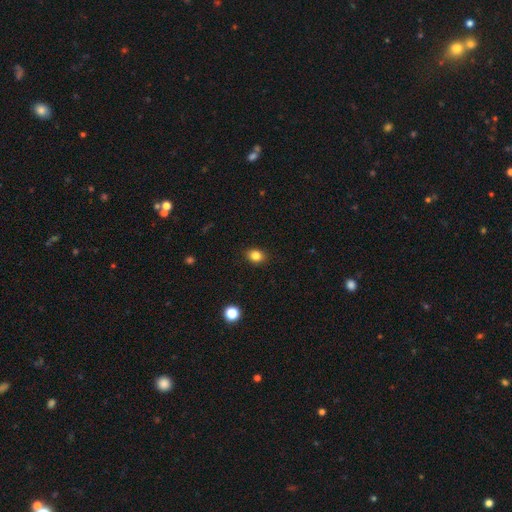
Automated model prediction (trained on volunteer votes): The model was most divided on "how rounded": in between: 54%, round: 45%, cigar-shaped: 1%. More confident: merging — none (89%); smooth or featured — smooth (84%).